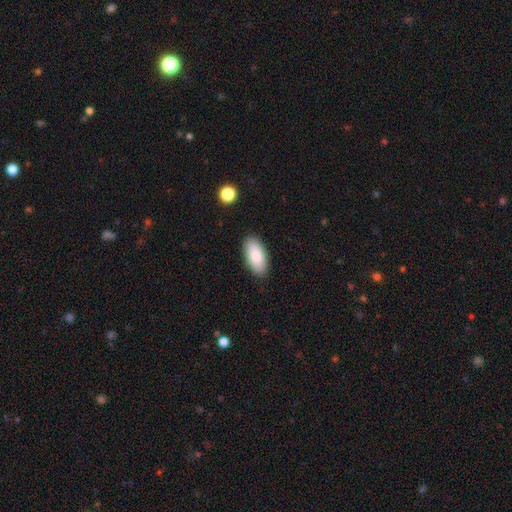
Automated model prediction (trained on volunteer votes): A smooth galaxy with no disk features (86%) that is in between round and cigar-shaped (92%). Merging: none (88%).